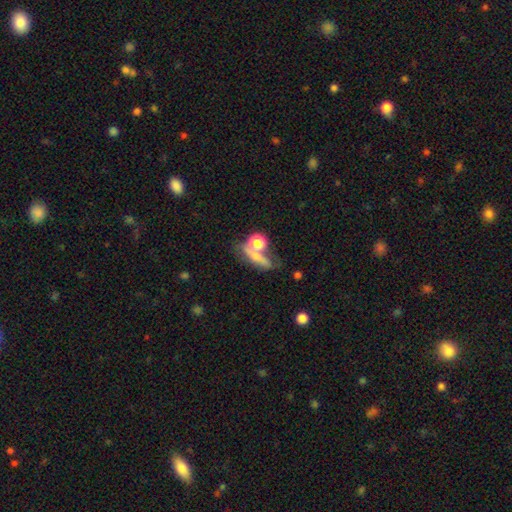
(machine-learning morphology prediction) This appears to be a smooth galaxy with no disk features (56%) that is cigar-shaped (38%). Merging: none (45%).